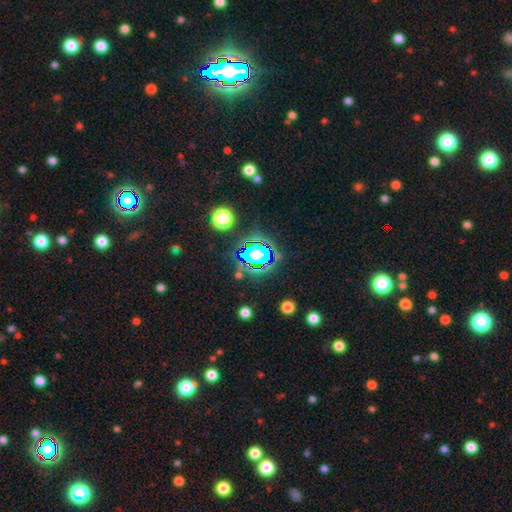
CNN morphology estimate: smooth_or_featured: star or artifact (p=0.72) [alt: smooth p=0.19]